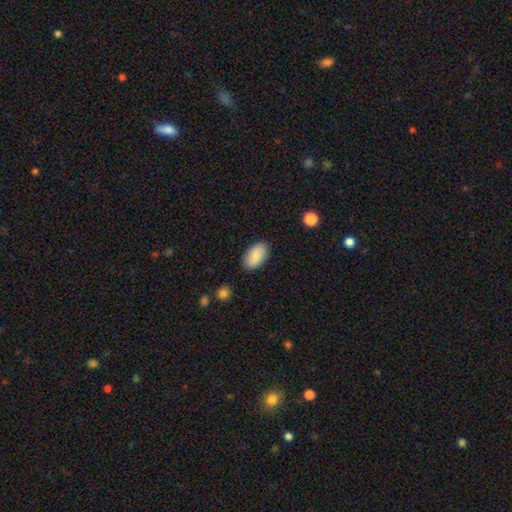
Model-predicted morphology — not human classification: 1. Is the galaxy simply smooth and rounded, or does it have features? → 76% smooth, 18% featured or disk, 6% star or artifact.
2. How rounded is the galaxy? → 93% in between, 5% round, 2% cigar-shaped.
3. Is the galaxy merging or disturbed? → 86% none, 11% minor disturbance, 2% major disturbance, 1% merger.